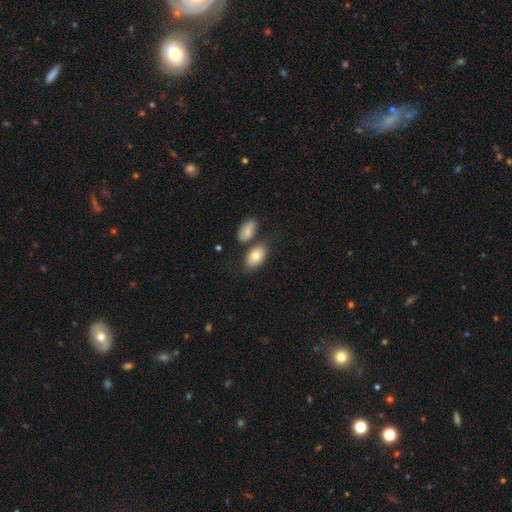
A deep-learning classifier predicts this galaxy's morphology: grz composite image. It shows a smooth galaxy with no disk features (80%) that is in between round and cigar-shaped (90%). Merging: none (61%).